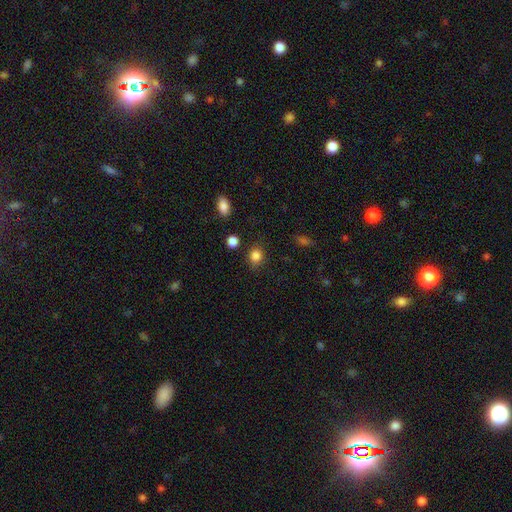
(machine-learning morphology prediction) Smooth or featured? Predicted: smooth (p=0.85). How rounded? Predicted: round (p=0.64). Merging? Predicted: none (p=0.81).